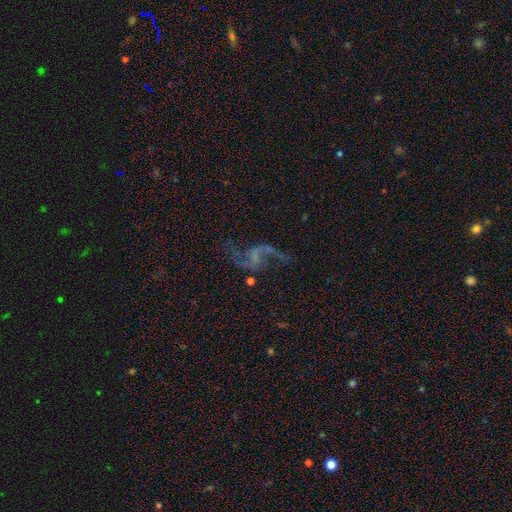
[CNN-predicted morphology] Smooth or featured?
  - featured or disk: 82% *
  - star or artifact: 10%
  - smooth: 7%
Edge-on disk?
  - no: 97% *
  - yes: 3%
Bar?
  - weak: 42% *
  - no: 39%
  - strong: 19%
Spiral arms?
  - yes: 91% *
  - no: 9%
Spiral winding?
  - loose: 88% *
  - medium: 10%
  - tight: 2%
Spiral arm count?
  - 2: 89% *
  - 1: 5%
  - can't tell: 3%
  - 3: 1%
  - 4: 1%
  - more than 4: 1%
Bulge size?
  - none: 57% *
  - small: 32%
  - moderate: 8%
  - large: 2%
  - dominant: 1%
Merging?
  - none: 59% *
  - major disturbance: 21%
  - minor disturbance: 15%
  - merger: 4%